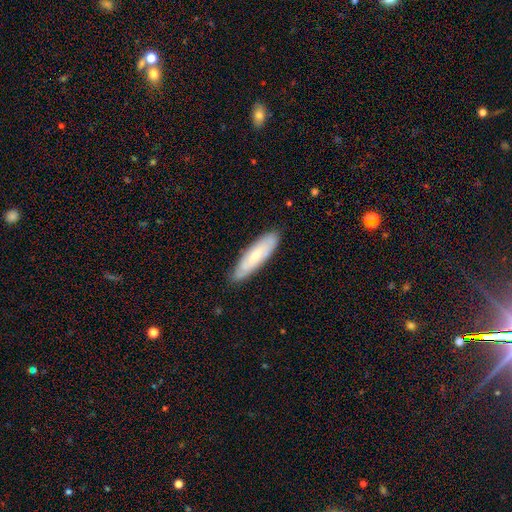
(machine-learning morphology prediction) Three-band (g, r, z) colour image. It shows a smooth galaxy with no disk features (59%) that is cigar-shaped (65%). Merging: none (83%).